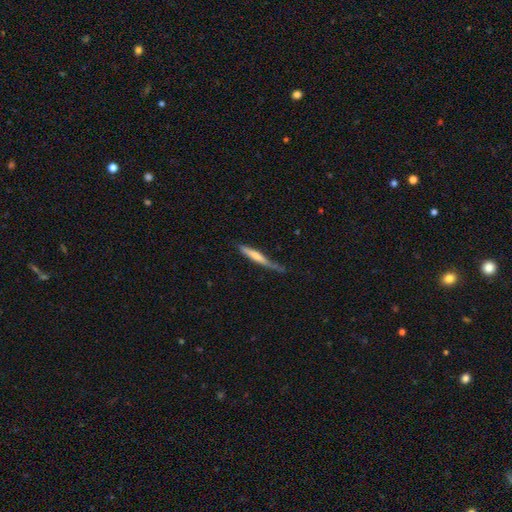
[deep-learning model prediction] Overall: smooth (54%; featured or disk 41%). How rounded: cigar-shaped (94%). Merging: none (59%; minor disturbance 30%).